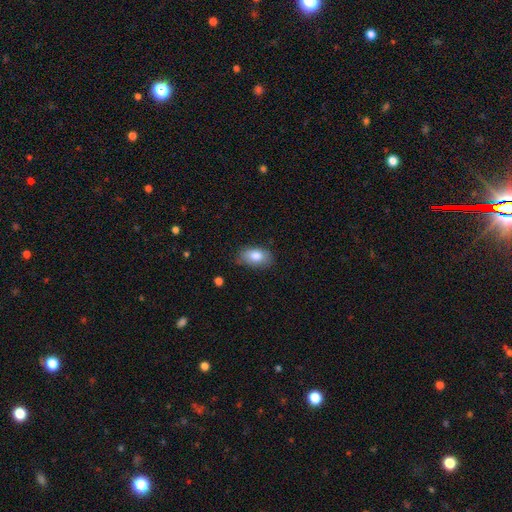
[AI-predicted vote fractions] This appears to be a smooth galaxy with no disk features (83%) that is in between round and cigar-shaped (91%). Merging: none (71%).